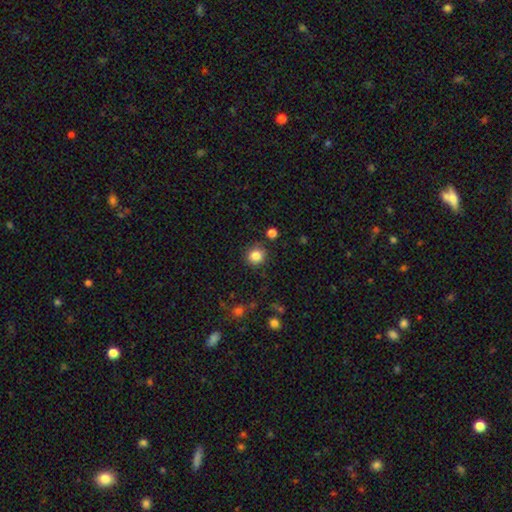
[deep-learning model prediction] Morphology: type=smooth (84%); roundness=round (88%); merging=none (87%).